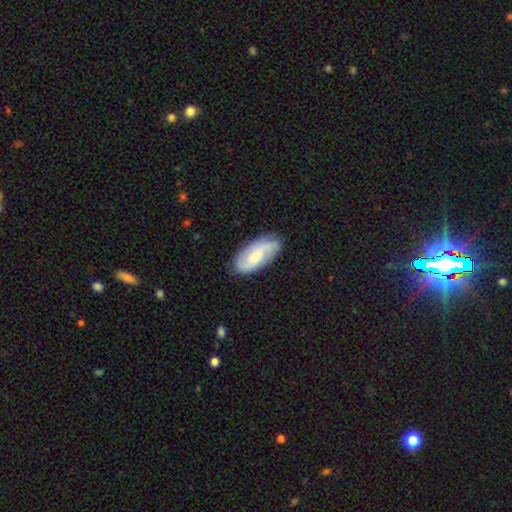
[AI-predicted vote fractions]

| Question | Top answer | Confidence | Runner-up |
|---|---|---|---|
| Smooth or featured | featured or disk | 52% | smooth (42%) |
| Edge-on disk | no | 93% | yes (7%) |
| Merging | none | 79% | minor disturbance (16%) |